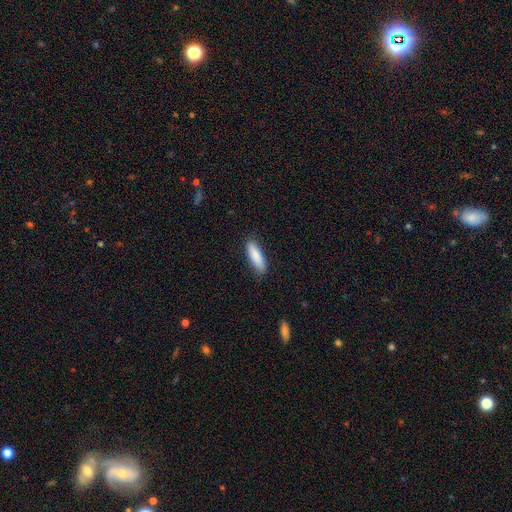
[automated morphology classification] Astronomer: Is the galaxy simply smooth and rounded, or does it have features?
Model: smooth — 86%.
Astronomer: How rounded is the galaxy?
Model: cigar-shaped — 61% (runner-up: in between, 37%).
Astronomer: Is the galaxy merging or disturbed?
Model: none — 87%.